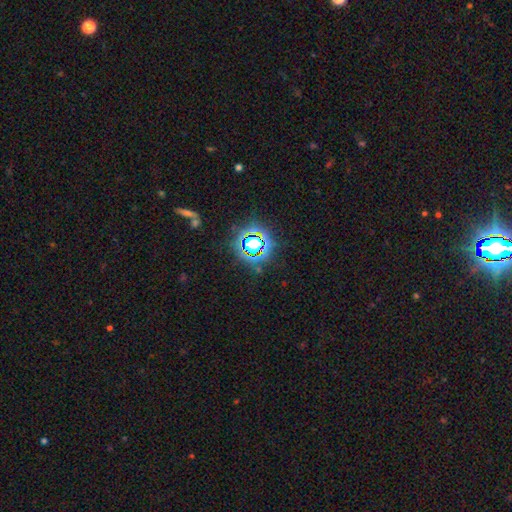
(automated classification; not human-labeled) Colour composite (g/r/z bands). It shows a star or artifact, not a galaxy (76%).